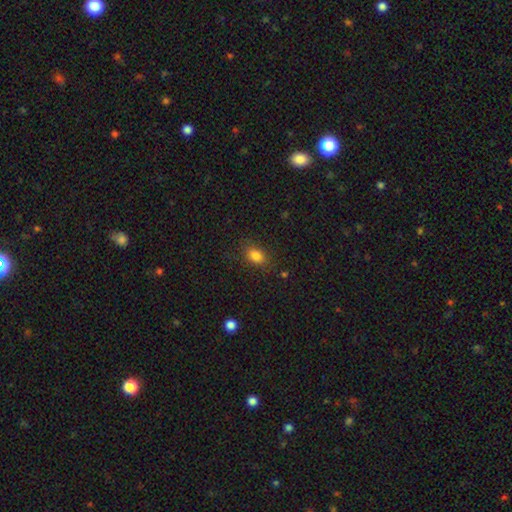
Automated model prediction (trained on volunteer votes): Smooth or featured? Predicted: smooth (p=0.82). How rounded? Predicted: in between (p=0.72). Merging? Predicted: none (p=0.81).